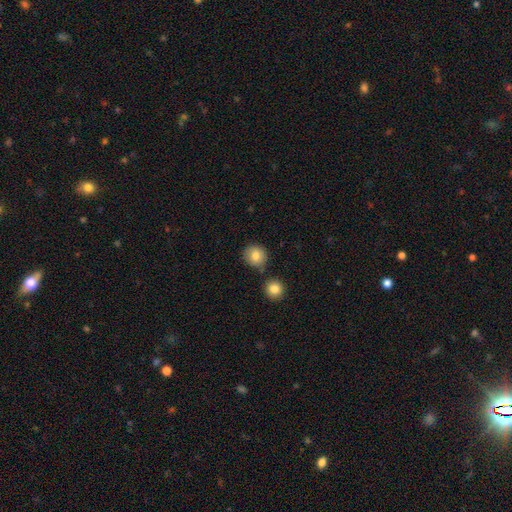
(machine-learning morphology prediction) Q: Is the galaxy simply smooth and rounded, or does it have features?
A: smooth — 84%.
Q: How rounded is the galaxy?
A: round — 88%.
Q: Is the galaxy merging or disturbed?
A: none — 78%.